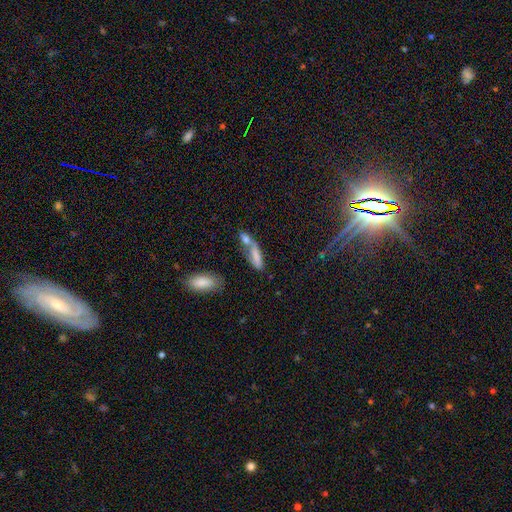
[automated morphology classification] A smooth galaxy with no disk features (73%) that is cigar-shaped (54%).

Vote fractions:
- Smooth or featured? smooth: 73% / featured or disk: 18% / star or artifact: 9%
- How rounded? cigar-shaped: 54% / in between: 43% / round: 3%
- Merging? merger: 54% / none: 25% / minor disturbance: 12% / major disturbance: 8%